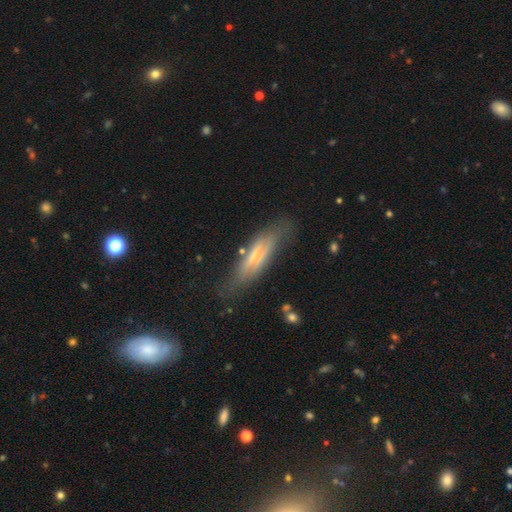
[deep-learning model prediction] Smooth or featured: featured or disk — 54% (smooth — 39%)
Edge-on disk: yes — 77% (no — 23%)
Merging: none — 74% (minor disturbance — 18%)